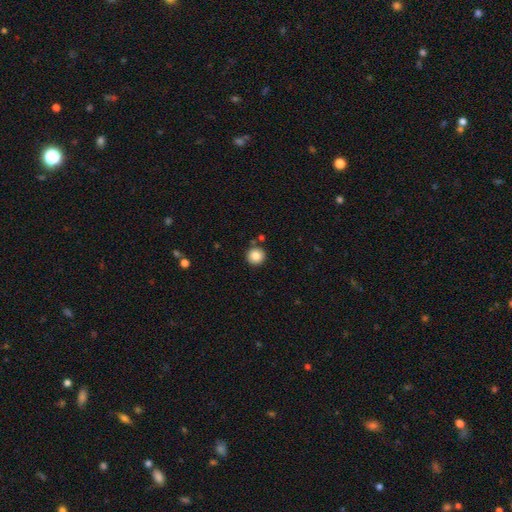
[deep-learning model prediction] Q: Smooth or featured?
A: smooth (86%); runner-up: star or artifact (9%)
Q: How rounded?
A: round (95%); runner-up: in between (4%)
Q: Merging?
A: none (87%); runner-up: minor disturbance (7%)